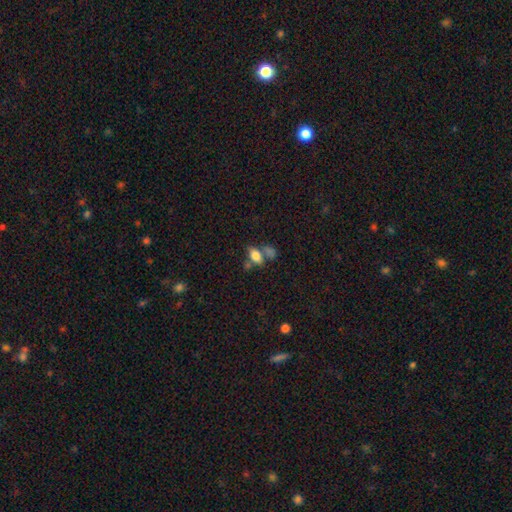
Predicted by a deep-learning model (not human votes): smooth_or_featured: smooth (p=0.76) [alt: featured or disk p=0.14]
how_rounded: in between (p=0.85) [alt: round p=0.10]
merging: none (p=0.46) [alt: merger p=0.29]